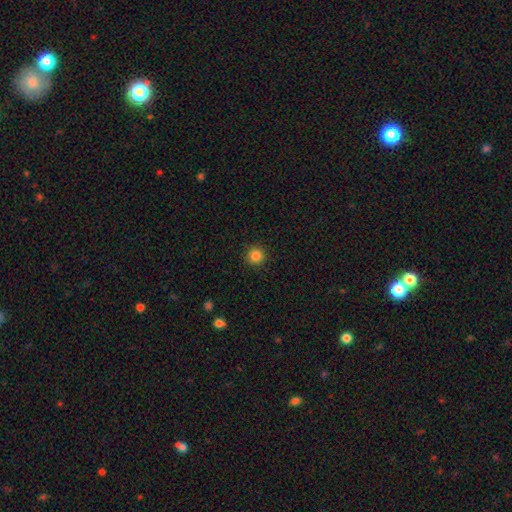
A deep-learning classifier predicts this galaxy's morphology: This is clearly a smooth galaxy (84%). How rounded: clearly round (95%). Merging: clearly none (92%).